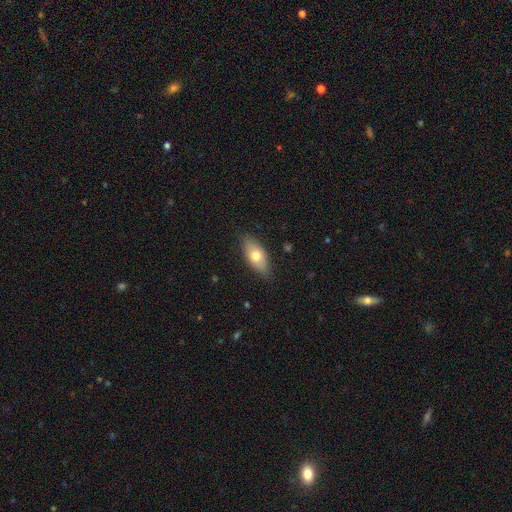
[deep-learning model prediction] Smooth or featured: smooth — 68% (featured or disk — 26%)
How rounded: in between — 86% (cigar-shaped — 10%)
Merging: none — 83% (minor disturbance — 14%)